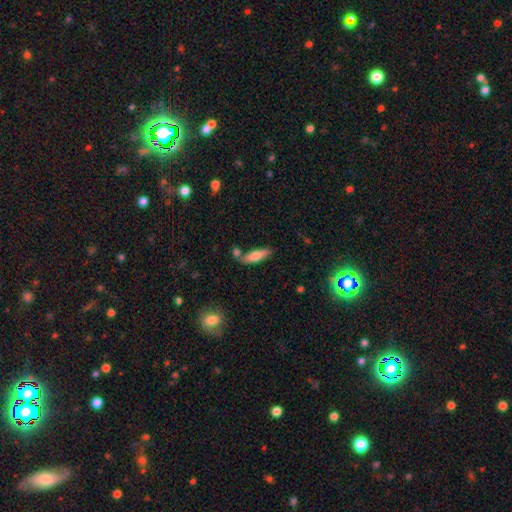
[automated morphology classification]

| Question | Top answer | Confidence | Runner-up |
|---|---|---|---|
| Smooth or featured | smooth | 74% | featured or disk (20%) |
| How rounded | in between | 50% | cigar-shaped (48%) |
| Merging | none | 66% | minor disturbance (16%) |